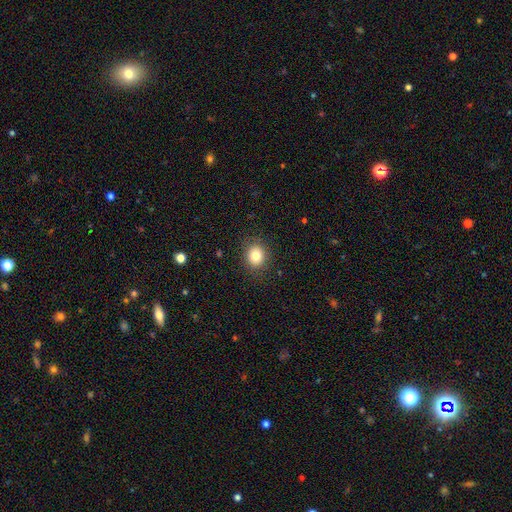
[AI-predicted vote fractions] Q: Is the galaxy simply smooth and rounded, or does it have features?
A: smooth — 82%.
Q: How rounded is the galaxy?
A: round — 70%.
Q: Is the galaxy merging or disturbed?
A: none — 87%.